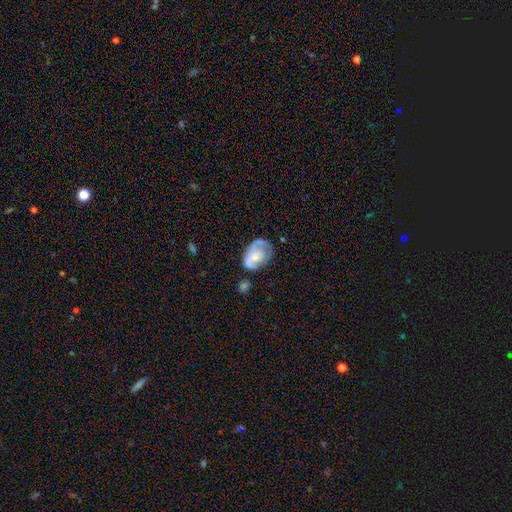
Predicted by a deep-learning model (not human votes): A featured or disk galaxy (47%). Merging: none (40%).